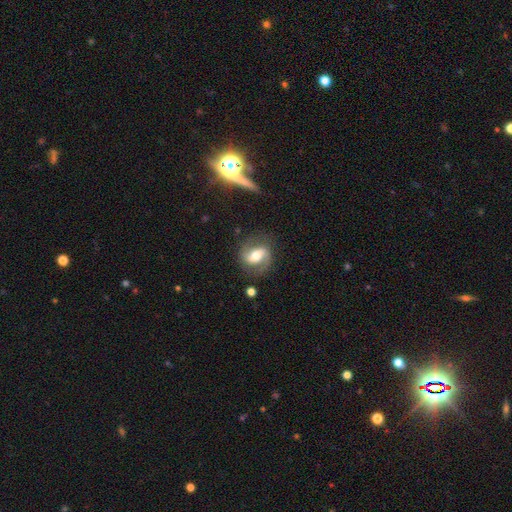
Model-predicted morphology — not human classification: Overall: featured or disk (73%). Edge-on disk: no (97%). Bar: weak (40%; strong 32%). Spiral arms: yes (90%). Spiral arm count: 2 (86%). Spiral winding: medium (48%; loose 32%). Bulge size: moderate (68%). Merging: none (74%).